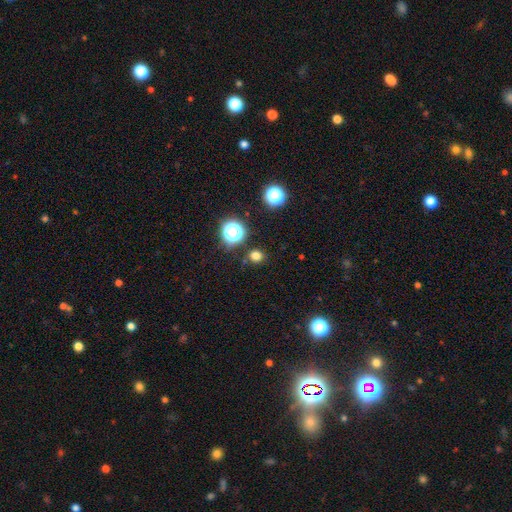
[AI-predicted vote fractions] smooth-or-featured: smooth: 74% | star or artifact: 21% | featured or disk: 5%
  how-rounded: round: 81% | in between: 18% | cigar-shaped: 1%
  merging: none: 87% | minor disturbance: 8% | merger: 3% | major disturbance: 3%